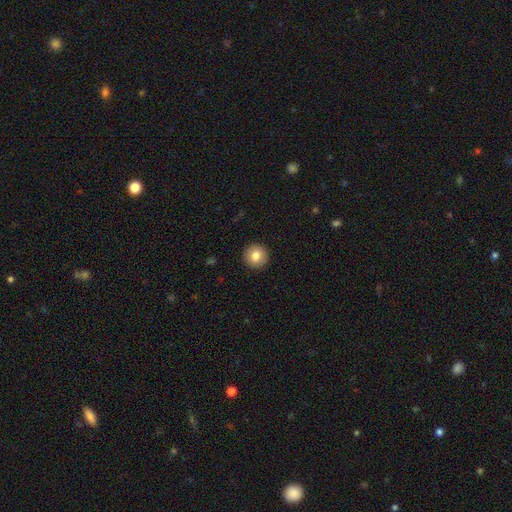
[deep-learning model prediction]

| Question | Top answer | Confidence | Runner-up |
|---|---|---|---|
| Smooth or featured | smooth | 83% | featured or disk (9%) |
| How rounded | round | 95% | in between (4%) |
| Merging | none | 93% | minor disturbance (5%) |